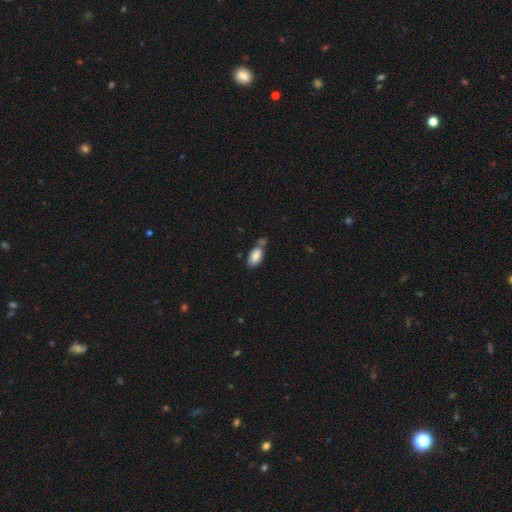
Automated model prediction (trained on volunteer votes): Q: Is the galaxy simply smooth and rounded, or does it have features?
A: smooth — 85%.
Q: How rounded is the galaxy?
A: in between — 91%.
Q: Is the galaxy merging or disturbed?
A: none — 53%.